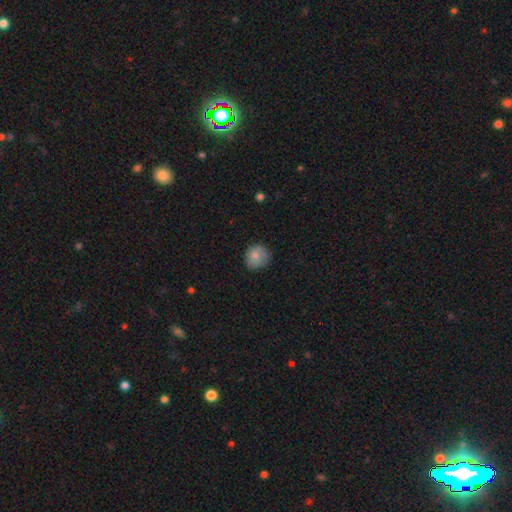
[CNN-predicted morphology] type=smooth (78%); roundness=round (84%); merging=none (72%).